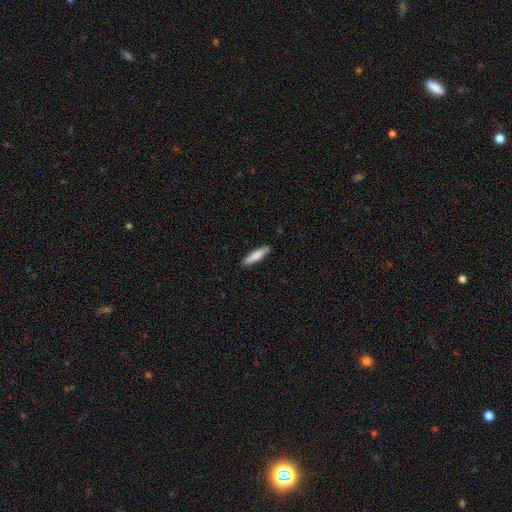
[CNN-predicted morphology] This is clearly a smooth galaxy (81%). How rounded: clearly cigar-shaped (81%). Merging: clearly none (89%).